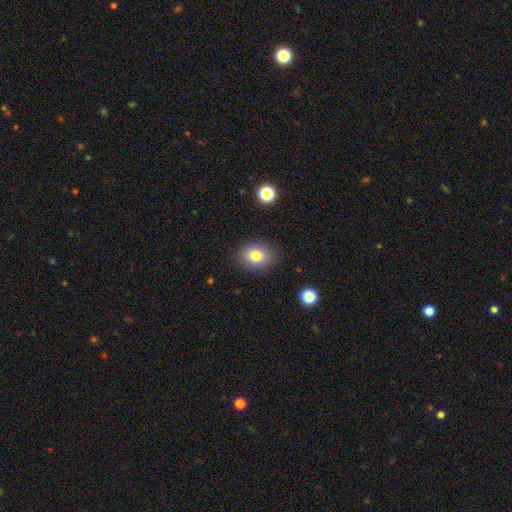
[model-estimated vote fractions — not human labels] This appears to be a smooth galaxy with no disk features (80%) that is in between round and cigar-shaped (52%). Merging: none (86%).